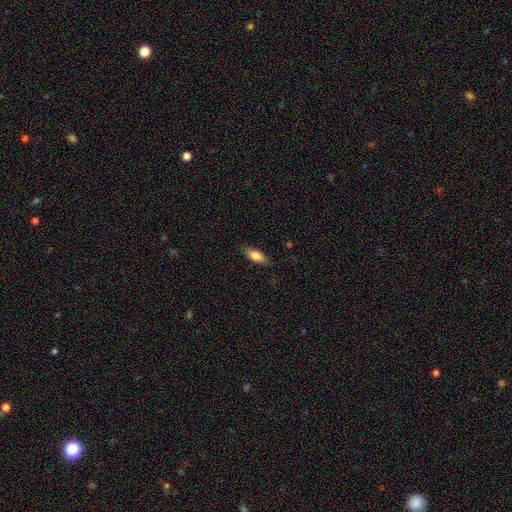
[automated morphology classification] The model was most divided on "how rounded": in between: 65%, cigar-shaped: 32%, round: 3%. More confident: merging — none (83%); smooth or featured — smooth (71%).